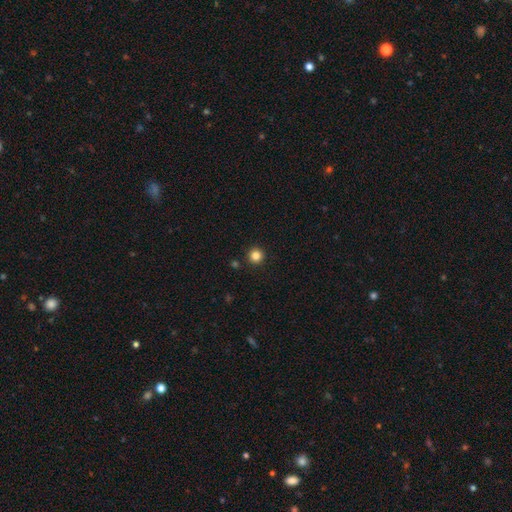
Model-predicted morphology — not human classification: smooth 84%, star or artifact 12%, featured or disk 4%. Down the decision tree: how rounded — round (96%); merging — none (93%).